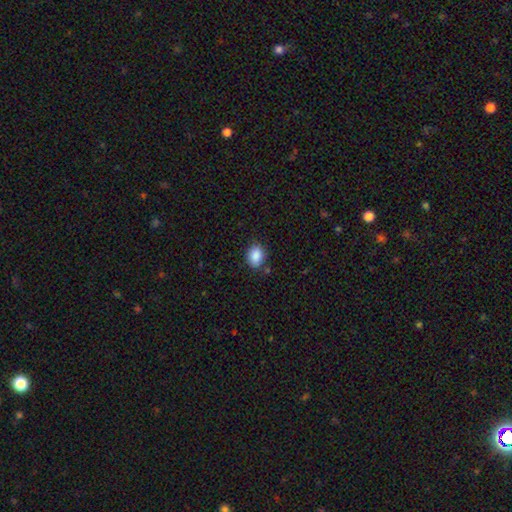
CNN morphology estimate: A smooth galaxy with no disk features (88%) that is in between round and cigar-shaped (65%).

Vote fractions:
- Smooth or featured? smooth: 88% / star or artifact: 8% / featured or disk: 4%
- How rounded? in between: 65% / round: 34% / cigar-shaped: 1%
- Merging? none: 79% / minor disturbance: 15% / major disturbance: 3% / merger: 3%